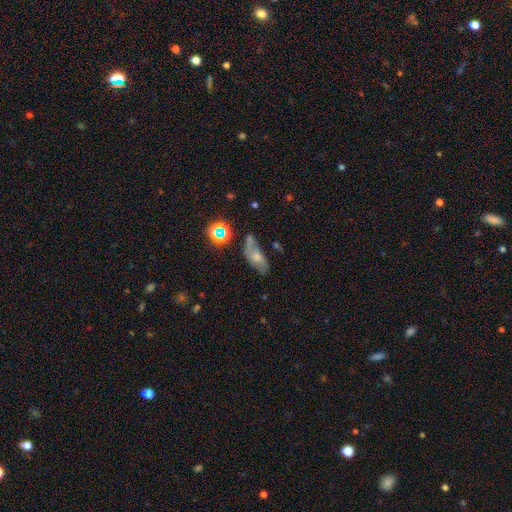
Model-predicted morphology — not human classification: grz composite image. It shows a smooth galaxy with no disk features (47%). Merging: none (46%).